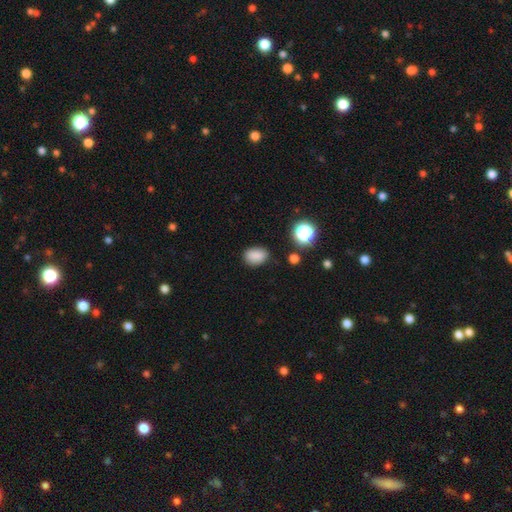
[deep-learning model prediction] The model was most divided on "how rounded": in between: 75%, round: 23%, cigar-shaped: 1%. More confident: smooth or featured — smooth (85%); merging — none (81%).